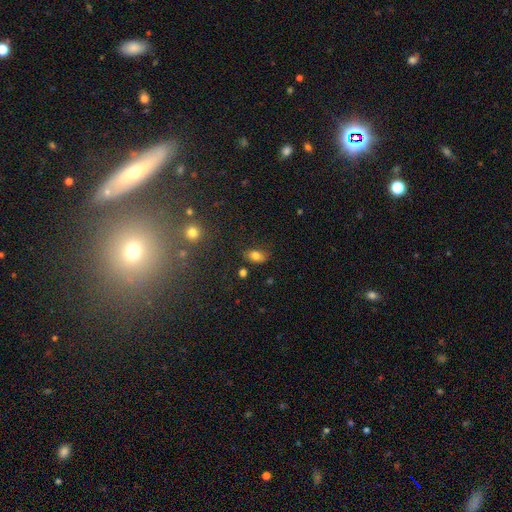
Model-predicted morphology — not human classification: smooth 79%, star or artifact 11%, featured or disk 10%. Down the decision tree: how rounded — in between (84%); merging — none (72%).